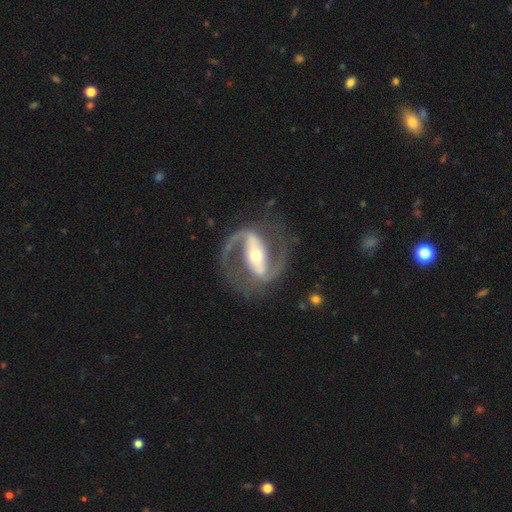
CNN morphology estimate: This is clearly a featured or disk galaxy (92%). It is clearly not viewed edge-on (96%). Bar: likely strong (68%). Spiral arm pattern: clearly yes (97%). Spiral arm count: clearly 2 (93%). Spiral winding: possibly medium (60%). Central bulge: possibly moderate (51%). Merging: likely none (80%).